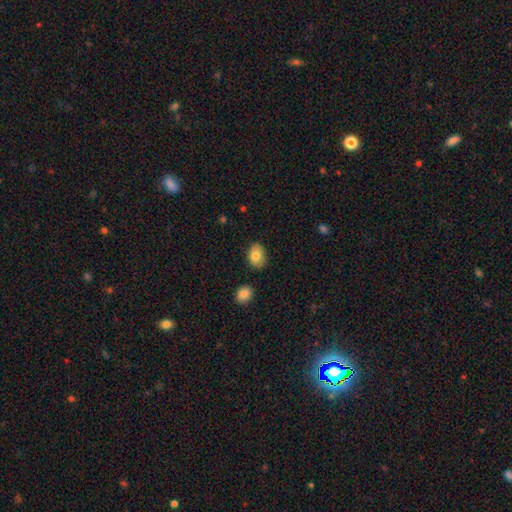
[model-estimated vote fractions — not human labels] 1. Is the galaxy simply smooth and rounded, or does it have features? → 81% smooth, 11% featured or disk, 8% star or artifact.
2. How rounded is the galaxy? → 75% in between, 24% round, 1% cigar-shaped.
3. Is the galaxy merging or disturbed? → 80% none, 15% minor disturbance, 3% major disturbance, 3% merger.